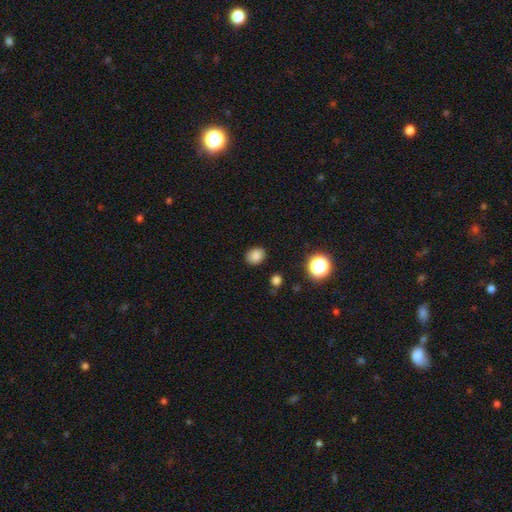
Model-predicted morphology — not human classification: Smooth or featured: smooth — 83% (star or artifact — 12%)
How rounded: round — 55% (in between — 44%)
Merging: none — 85% (minor disturbance — 11%)